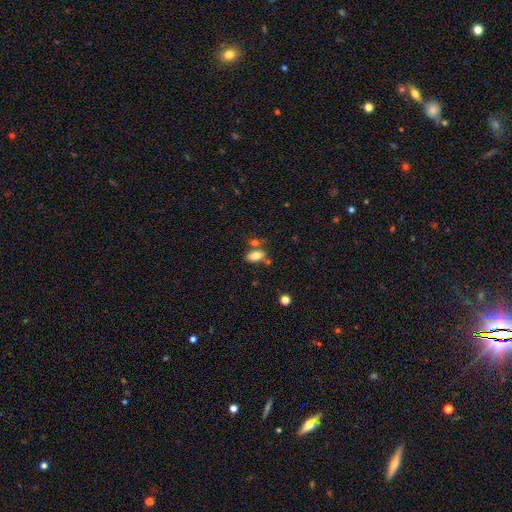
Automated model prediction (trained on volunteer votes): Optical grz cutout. It shows a smooth galaxy with no disk features (76%) that is in between round and cigar-shaped (88%). Merging: none (62%).